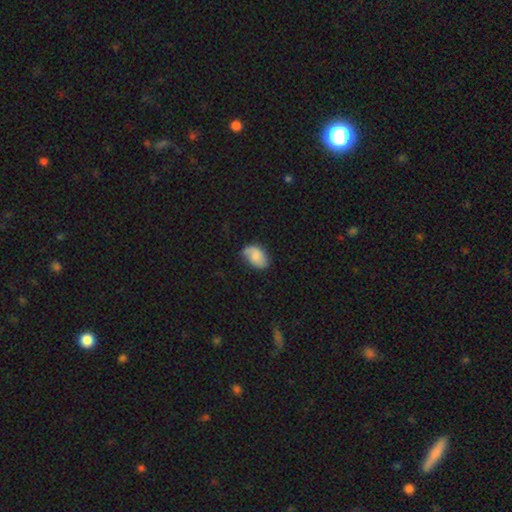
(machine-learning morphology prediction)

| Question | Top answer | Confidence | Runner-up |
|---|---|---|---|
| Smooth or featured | smooth | 67% | featured or disk (25%) |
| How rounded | in between | 87% | round (11%) |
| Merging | none | 61% | minor disturbance (29%) |